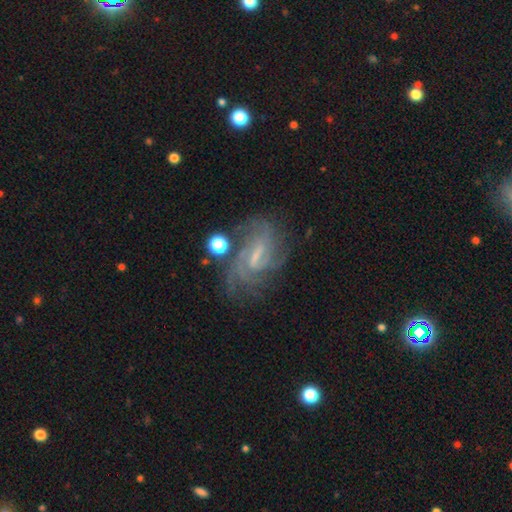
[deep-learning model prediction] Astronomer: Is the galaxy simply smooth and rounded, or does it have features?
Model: featured or disk — 78%.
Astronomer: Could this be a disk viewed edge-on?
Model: no — 95%.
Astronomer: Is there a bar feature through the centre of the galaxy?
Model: weak — 48% (runner-up: strong, 35%).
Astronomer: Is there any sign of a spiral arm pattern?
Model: yes — 90%.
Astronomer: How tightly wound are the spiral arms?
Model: tight — 44% (runner-up: medium, 41%).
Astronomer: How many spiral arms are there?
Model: can't tell — 37% (runner-up: 3, 20%).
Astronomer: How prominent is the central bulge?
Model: small — 41% (runner-up: none, 32%).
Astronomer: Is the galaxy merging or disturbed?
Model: none — 59%.